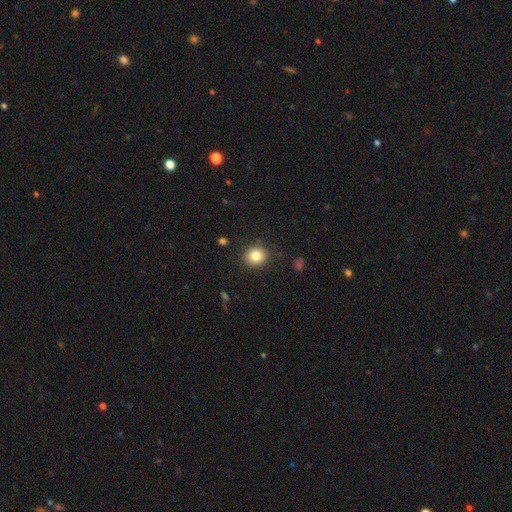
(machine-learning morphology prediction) Q: Smooth or featured?
A: smooth (83%); runner-up: star or artifact (10%)
Q: How rounded?
A: round (86%); runner-up: in between (13%)
Q: Merging?
A: none (88%); runner-up: minor disturbance (8%)